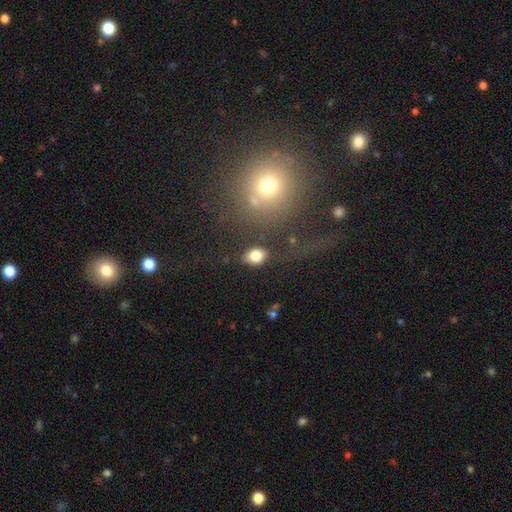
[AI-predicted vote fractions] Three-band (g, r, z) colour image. It shows a smooth galaxy with no disk features (81%) that is in between round and cigar-shaped (74%). Merging: none (75%).